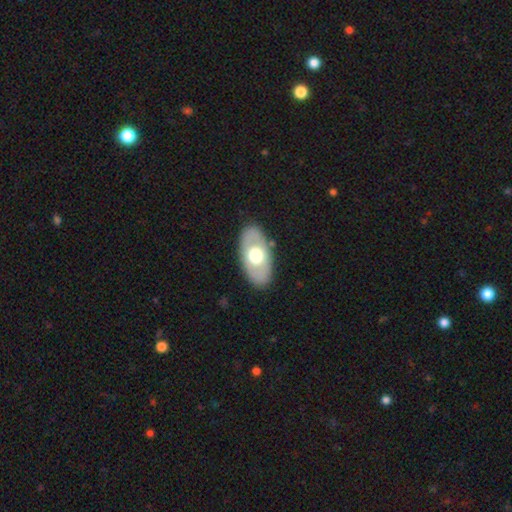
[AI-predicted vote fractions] Morphology: type=smooth (48%); merging=none (86%).